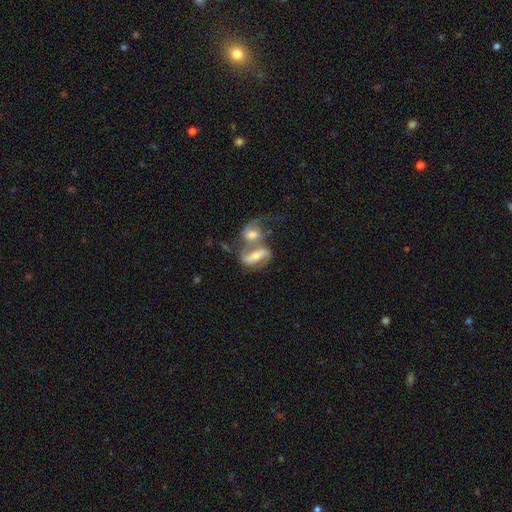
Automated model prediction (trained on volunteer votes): Smooth or featured? featured or disk (73%)
Edge-on disk? no (92%)
Bar? strong (54%)
Spiral arms? yes (87%)
Spiral winding? loose (44%)
Spiral arm count? 2 (82%)
Bulge size? moderate (52%)
Merging? merger (66%)